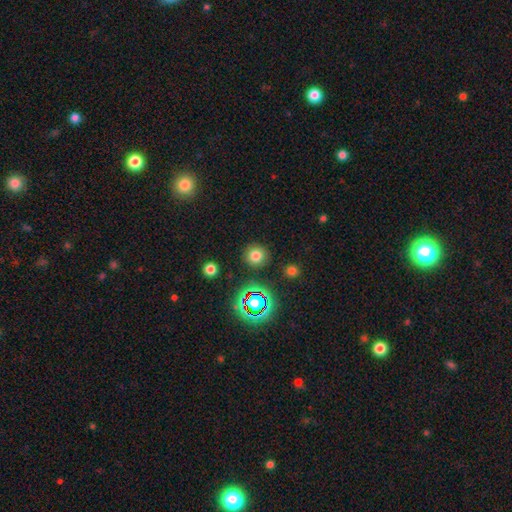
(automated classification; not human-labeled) The model was most divided on "smooth or featured": smooth: 74%, star or artifact: 19%, featured or disk: 7%. More confident: how rounded — round (92%); merging — none (88%).